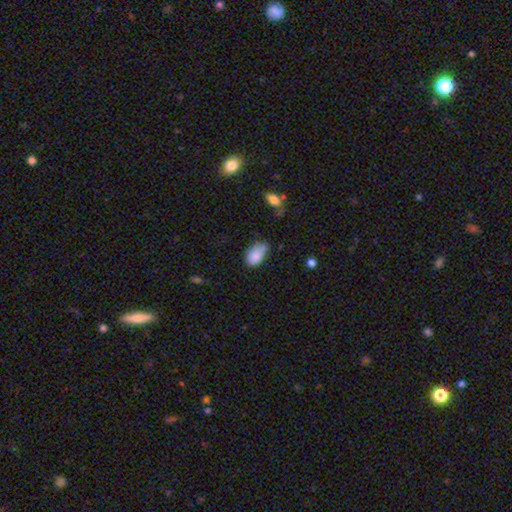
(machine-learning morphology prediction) Overall: smooth (85%). How rounded: in between (92%). Merging: minor disturbance (44%; none 42%).